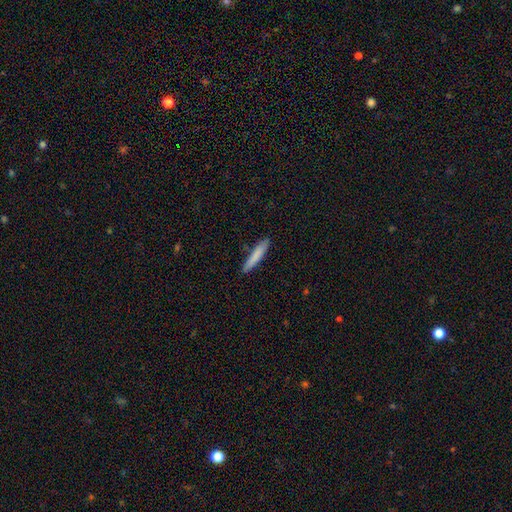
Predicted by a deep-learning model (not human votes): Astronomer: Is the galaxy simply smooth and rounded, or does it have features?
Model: smooth — 80%.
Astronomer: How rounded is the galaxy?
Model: cigar-shaped — 92%.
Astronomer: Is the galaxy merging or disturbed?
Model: none — 86%.